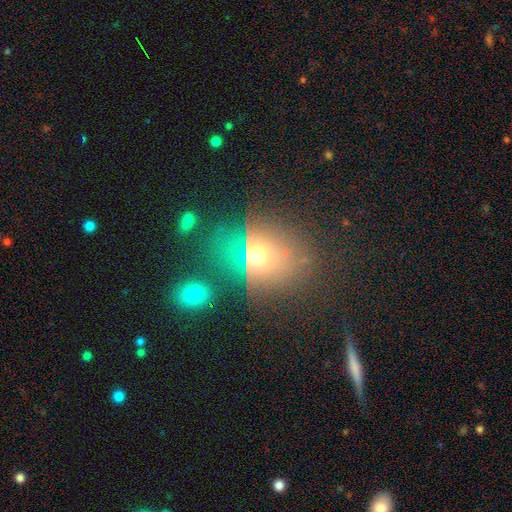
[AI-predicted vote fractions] Overall: smooth (53%; star or artifact 24%). How rounded: round (59%; in between 39%). Merging: none (54%; minor disturbance 18%).